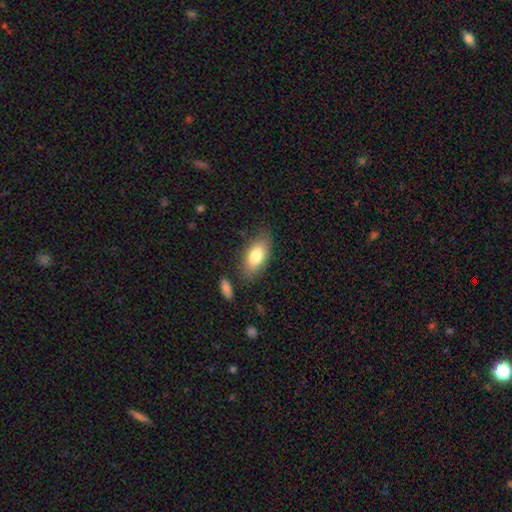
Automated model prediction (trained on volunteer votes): Smooth or featured: smooth — 78% (featured or disk — 15%)
How rounded: in between — 89% (cigar-shaped — 7%)
Merging: none — 79% (minor disturbance — 14%)